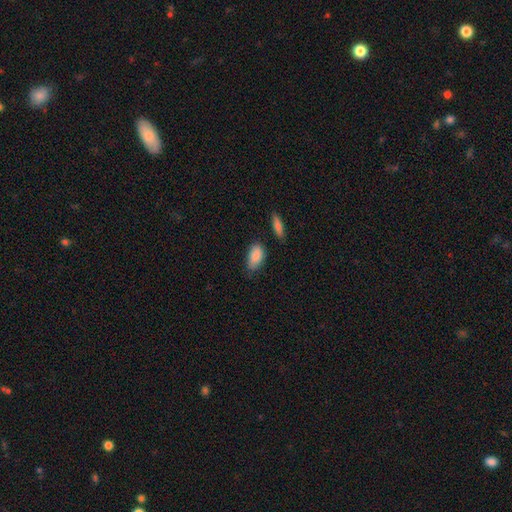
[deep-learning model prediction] smooth_or_featured: smooth (p=0.87) [alt: star or artifact p=0.07]
how_rounded: in between (p=0.91) [alt: cigar-shaped p=0.05]
merging: none (p=0.69) [alt: minor disturbance p=0.24]